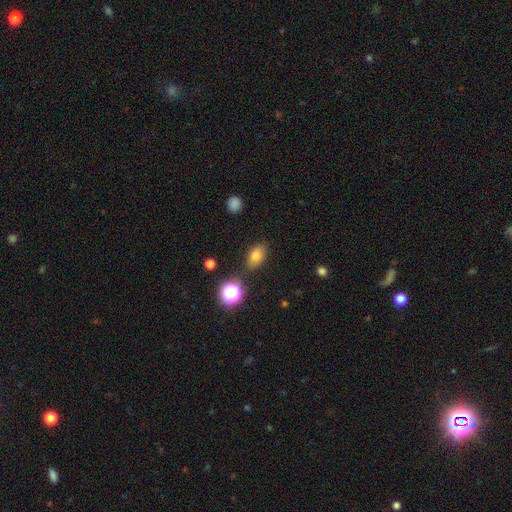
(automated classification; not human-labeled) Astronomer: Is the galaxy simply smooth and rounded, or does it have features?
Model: smooth — 76%.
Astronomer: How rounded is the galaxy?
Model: in between — 83%.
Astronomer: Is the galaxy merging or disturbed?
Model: none — 80%.